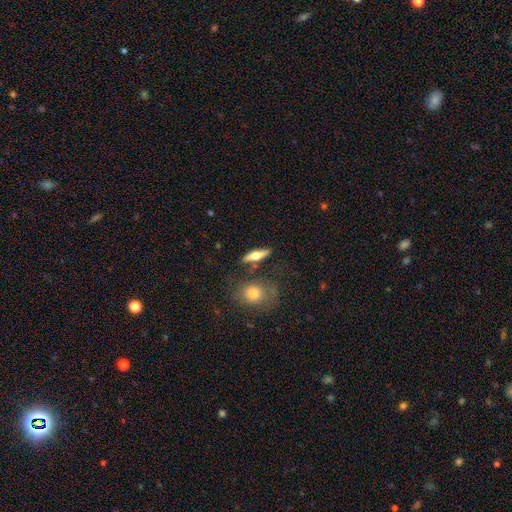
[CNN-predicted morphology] Q: Smooth or featured?
A: featured or disk (50%); runner-up: smooth (44%)
Q: Merging?
A: none (79%); runner-up: minor disturbance (11%)